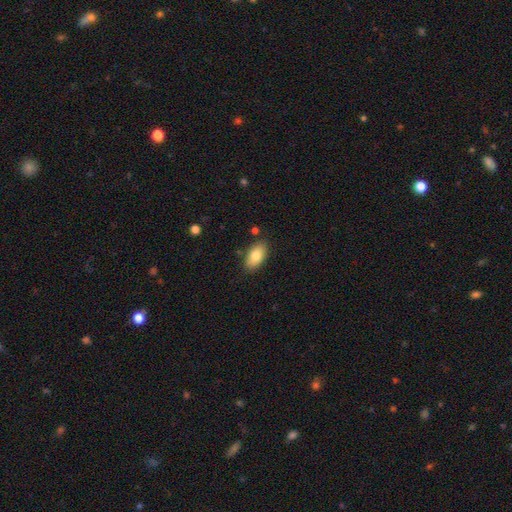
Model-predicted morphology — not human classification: Smooth or featured: smooth — 79% (featured or disk — 14%)
How rounded: in between — 92% (round — 4%)
Merging: none — 83% (minor disturbance — 12%)